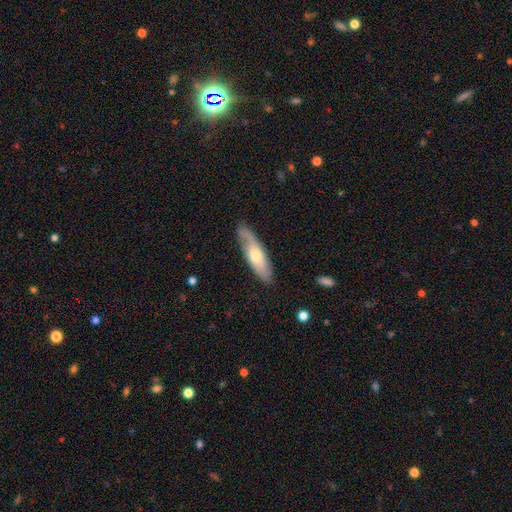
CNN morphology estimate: Smooth or featured: smooth — 48% (featured or disk — 47%)
Merging: none — 75% (minor disturbance — 19%)